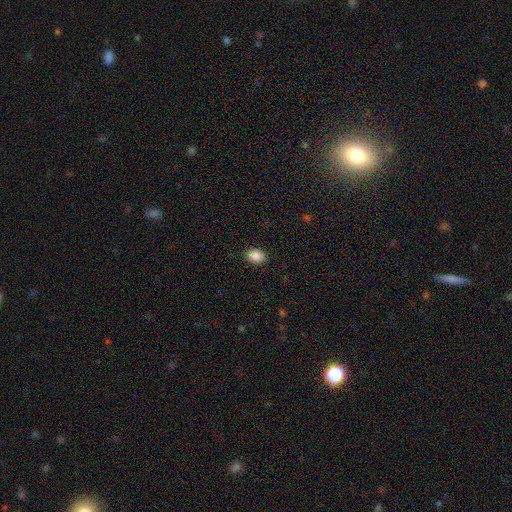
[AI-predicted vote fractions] Q: Smooth or featured?
A: smooth (88%); runner-up: star or artifact (8%)
Q: How rounded?
A: in between (80%); runner-up: round (19%)
Q: Merging?
A: none (87%); runner-up: minor disturbance (10%)